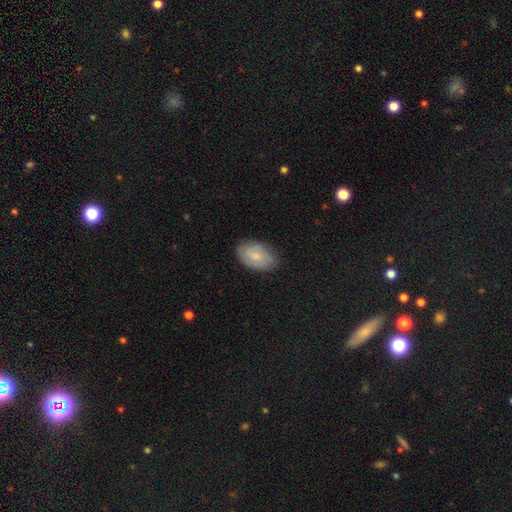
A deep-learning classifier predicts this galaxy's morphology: A smooth galaxy with no disk features (57%) that is in between round and cigar-shaped (90%). Merging: none (80%).